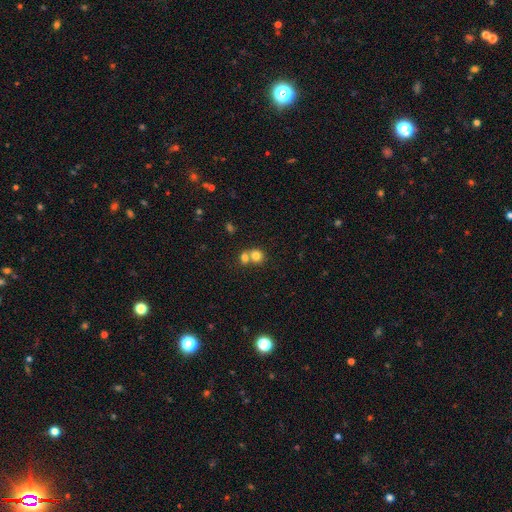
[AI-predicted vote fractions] Morphology: type=smooth (79%); roundness=round (80%); merging=merger (53%).